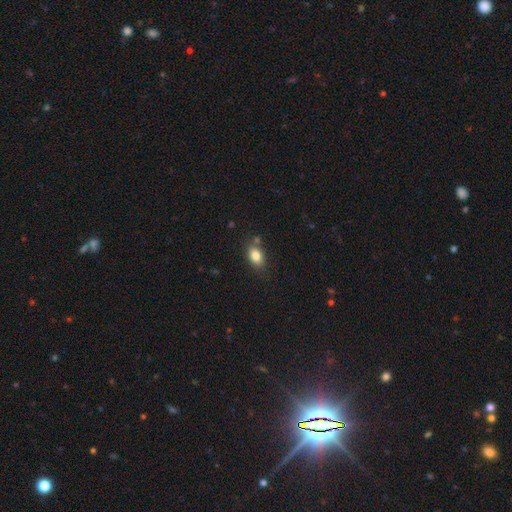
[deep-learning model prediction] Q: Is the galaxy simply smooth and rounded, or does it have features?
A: smooth — 82%.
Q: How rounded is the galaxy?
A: in between — 84%.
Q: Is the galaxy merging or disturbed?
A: none — 74%.